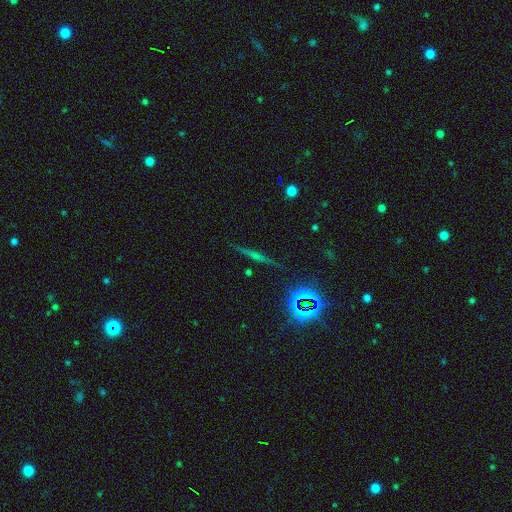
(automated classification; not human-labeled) featured or disk 54%, star or artifact 26%, smooth 20%. Down the decision tree: edge-on disk — yes (95%); edge-on bulge — rounded (45%); merging — none (89%).